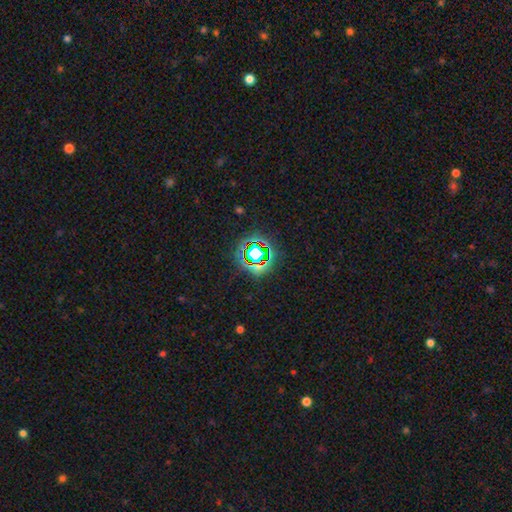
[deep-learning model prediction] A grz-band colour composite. It shows a star or artifact, not a galaxy (70%).